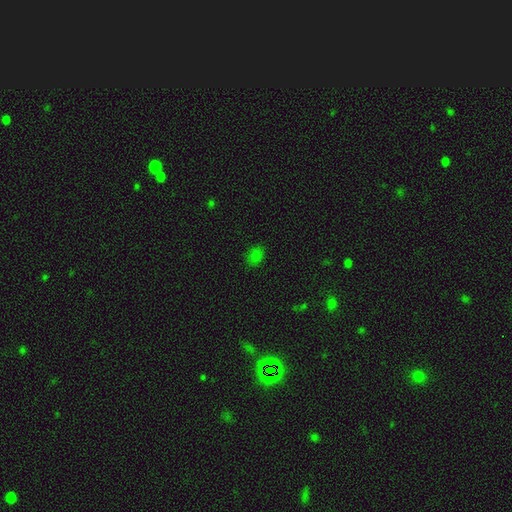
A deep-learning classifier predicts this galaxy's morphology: Smooth or featured? Predicted: smooth (p=0.76). How rounded? Predicted: in between (p=0.68). Merging? Predicted: none (p=0.81).